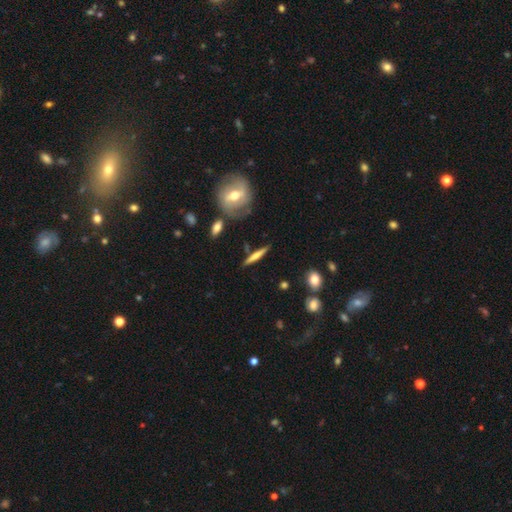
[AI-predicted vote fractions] smooth-or-featured: featured or disk: 53% | smooth: 41% | star or artifact: 7%
  disk-edge-on: yes: 93% | no: 7%
  merging: none: 83% | minor disturbance: 11% | merger: 4% | major disturbance: 3%